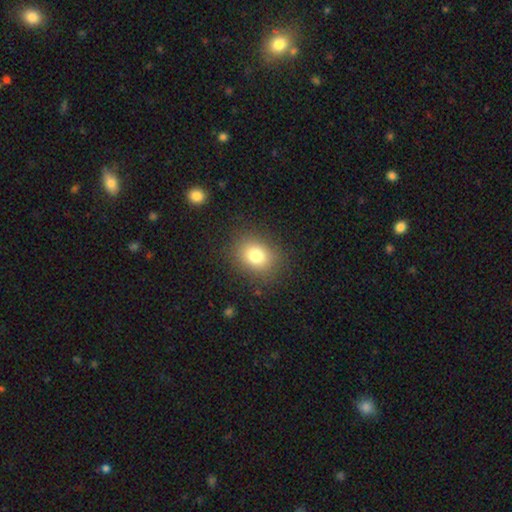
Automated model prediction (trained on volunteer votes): Morphology: type=smooth (79%); roundness=round (53%); merging=none (86%).